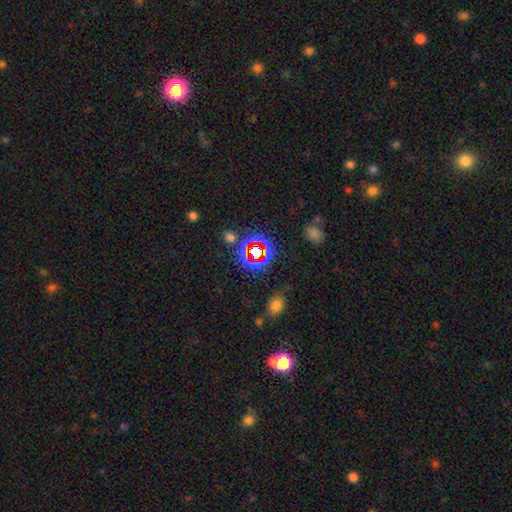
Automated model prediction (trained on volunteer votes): smooth-or-featured: star or artifact: 70% | smooth: 21% | featured or disk: 9%